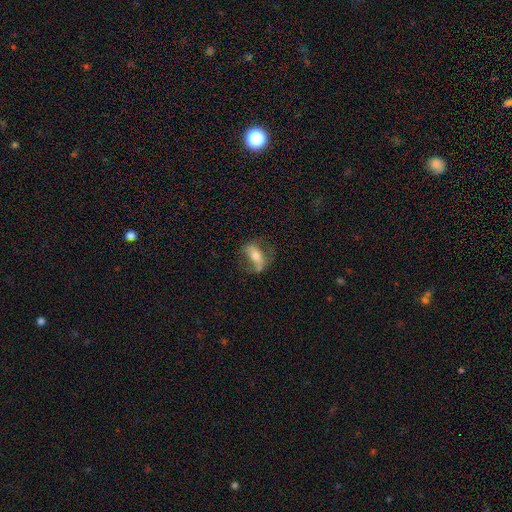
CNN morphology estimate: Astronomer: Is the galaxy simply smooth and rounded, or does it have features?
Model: smooth — 47% (runner-up: featured or disk, 44%).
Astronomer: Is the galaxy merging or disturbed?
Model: none — 51%.